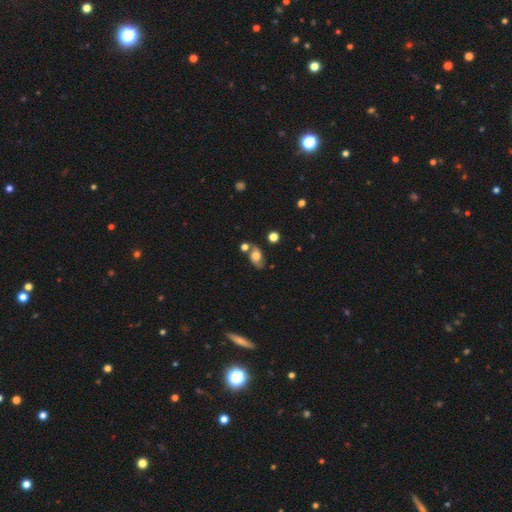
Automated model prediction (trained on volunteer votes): Morphology: type=featured or disk (56%); edge-on=no (93%); bar=no (71%); spiral arms=yes (83%); bulge=large (42%); merging=none (58%).